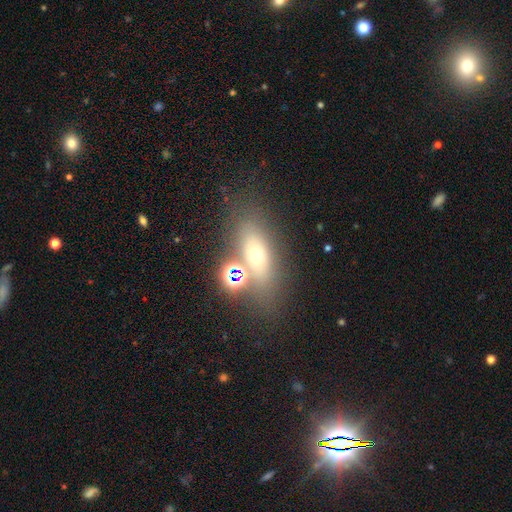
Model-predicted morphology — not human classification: smooth-or-featured: smooth: 52% | featured or disk: 26% | star or artifact: 22%
  how-rounded: in between: 65% | round: 18% | cigar-shaped: 17%
  merging: none: 64% | merger: 15% | minor disturbance: 13% | major disturbance: 8%